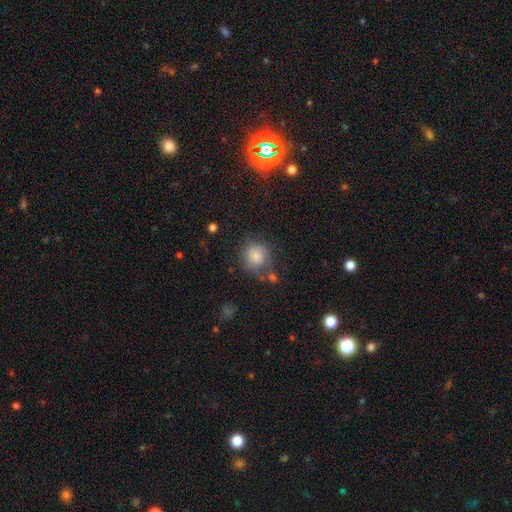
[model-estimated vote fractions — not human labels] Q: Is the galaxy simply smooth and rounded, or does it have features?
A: smooth — 72%.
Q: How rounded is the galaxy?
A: round — 84%.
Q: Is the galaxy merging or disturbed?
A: none — 51%.